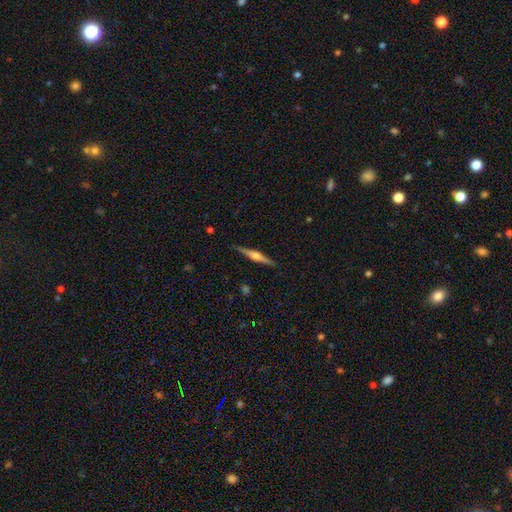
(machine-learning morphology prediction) Smooth or featured? Predicted: featured or disk (p=0.76). Edge-on disk? Predicted: yes (p=0.98). Edge-on bulge? Predicted: rounded (p=0.87). Merging? Predicted: none (p=0.91).